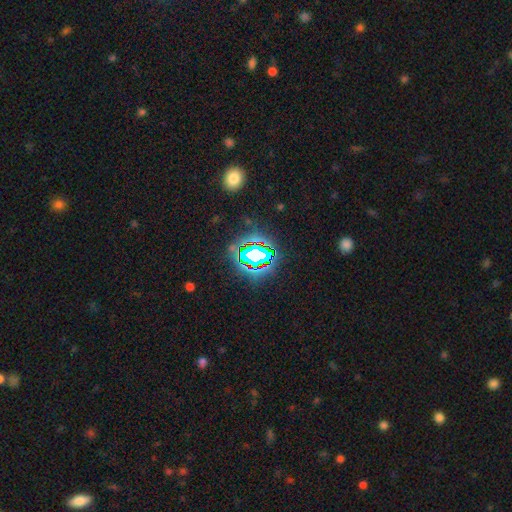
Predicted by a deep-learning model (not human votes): star or artifact 67%, smooth 19%, featured or disk 14%.